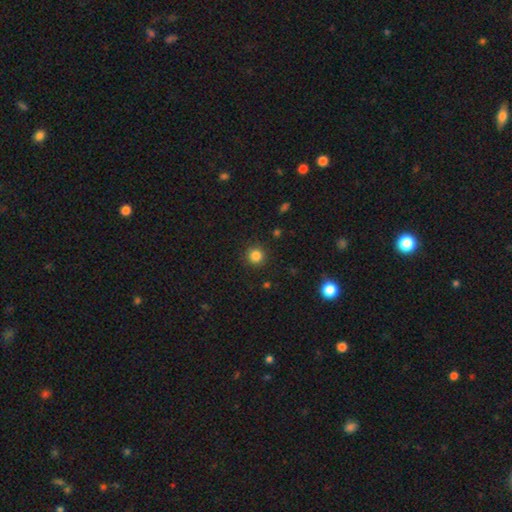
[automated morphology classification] smooth-or-featured: smooth: 84% | star or artifact: 12% | featured or disk: 4%
  how-rounded: round: 94% | in between: 5% | cigar-shaped: 1%
  merging: none: 91% | minor disturbance: 6% | major disturbance: 2% | merger: 1%